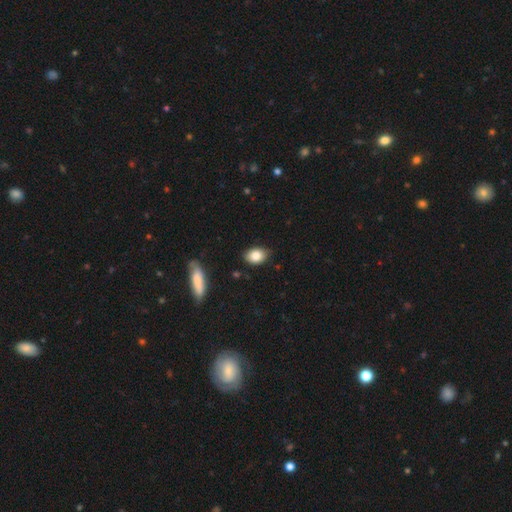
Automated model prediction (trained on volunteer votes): Smooth or featured?
  - smooth: 84% *
  - featured or disk: 8%
  - star or artifact: 8%
How rounded?
  - in between: 80% *
  - round: 19%
  - cigar-shaped: 2%
Merging?
  - none: 80% *
  - minor disturbance: 15%
  - major disturbance: 2%
  - merger: 2%